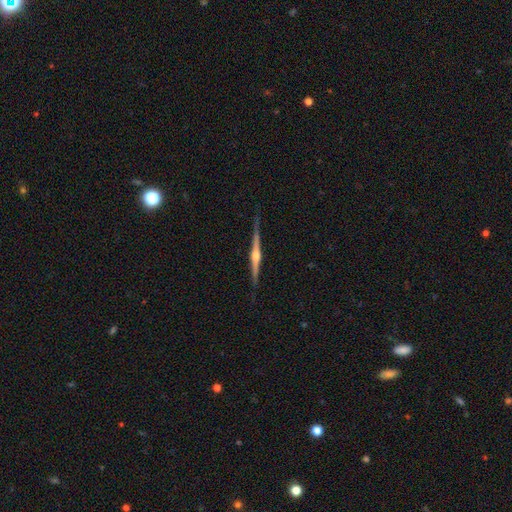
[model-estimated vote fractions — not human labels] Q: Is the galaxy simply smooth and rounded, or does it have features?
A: featured or disk — 86%.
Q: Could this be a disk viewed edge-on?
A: yes — 99%.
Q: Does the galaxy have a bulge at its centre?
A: rounded — 89%.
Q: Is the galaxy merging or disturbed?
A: none — 88%.